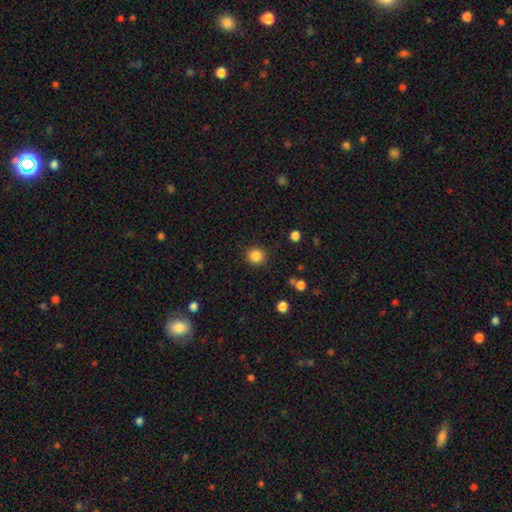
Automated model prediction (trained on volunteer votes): This is clearly a smooth galaxy (85%). How rounded: clearly round (90%). Merging: clearly none (89%).